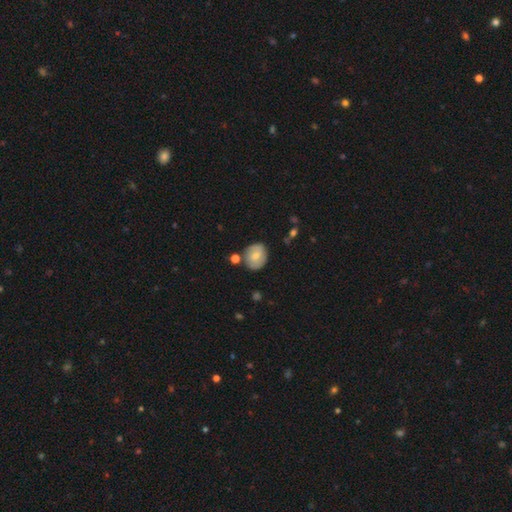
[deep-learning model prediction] The model was most divided on "how rounded": round: 65%, in between: 34%, cigar-shaped: 1%. More confident: merging — none (74%); smooth or featured — smooth (67%).